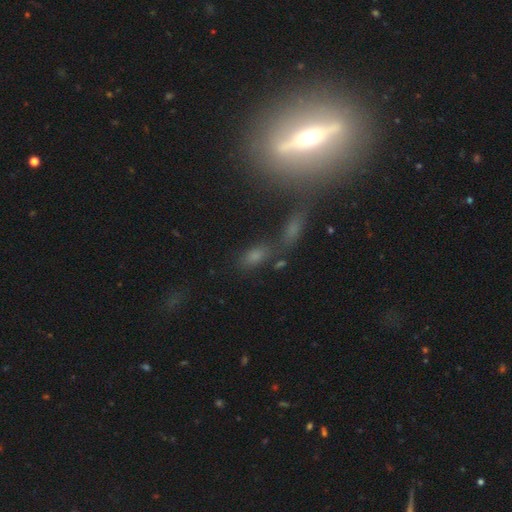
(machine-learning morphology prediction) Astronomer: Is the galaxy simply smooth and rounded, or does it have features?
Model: smooth — 62%.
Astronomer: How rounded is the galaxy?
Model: in between — 78%.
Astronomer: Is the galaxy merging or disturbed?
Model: none — 56%.